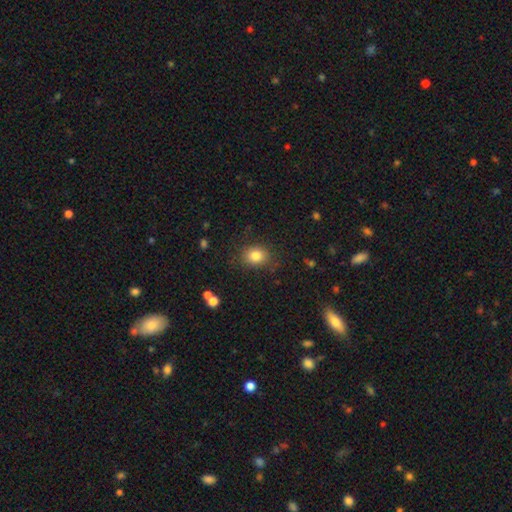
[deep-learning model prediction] Overall: smooth (82%). How rounded: round (55%; in between 44%). Merging: none (83%).